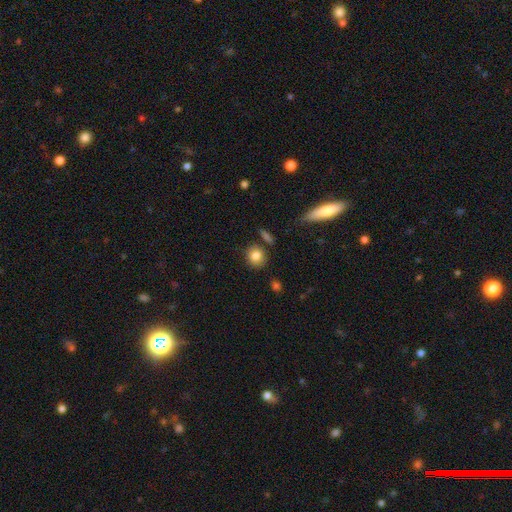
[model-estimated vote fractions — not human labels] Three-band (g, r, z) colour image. It shows a smooth galaxy with no disk features (83%) that is round (78%). Merging: none (80%).